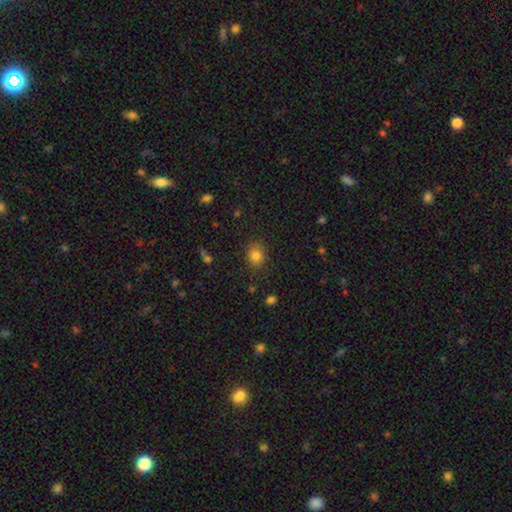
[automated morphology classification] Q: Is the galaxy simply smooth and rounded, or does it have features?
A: smooth — 82%.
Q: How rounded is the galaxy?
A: round — 58%.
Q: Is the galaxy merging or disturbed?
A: none — 84%.